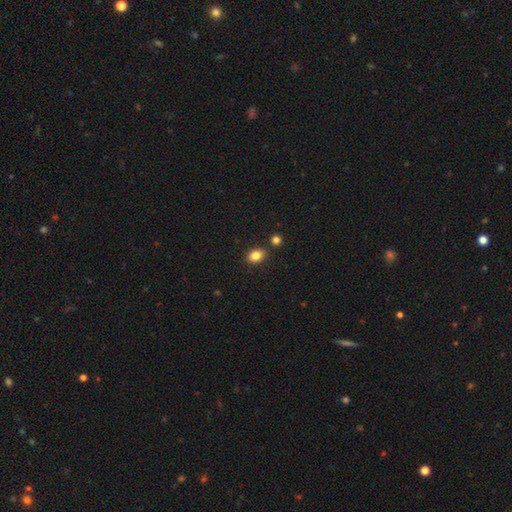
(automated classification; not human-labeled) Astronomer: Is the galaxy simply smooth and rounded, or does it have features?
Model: smooth — 84%.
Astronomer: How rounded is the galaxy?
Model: in between — 70%.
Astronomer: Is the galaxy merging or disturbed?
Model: none — 81%.